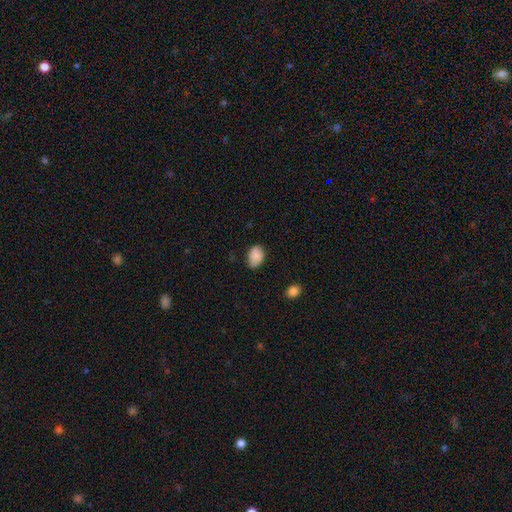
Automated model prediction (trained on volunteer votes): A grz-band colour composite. It shows a smooth galaxy with no disk features (86%) that is in between round and cigar-shaped (77%). Merging: none (65%).